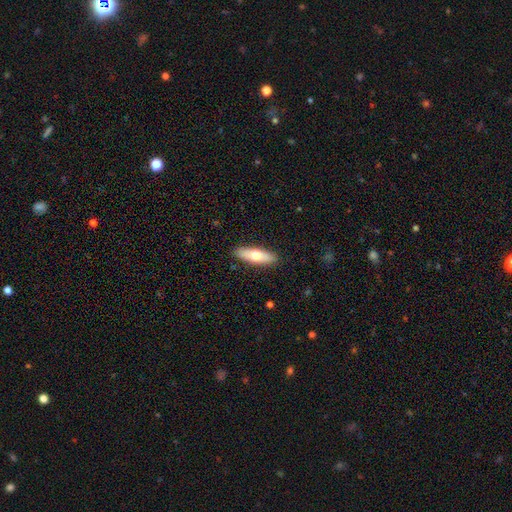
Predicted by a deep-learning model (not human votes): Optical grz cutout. It shows a smooth galaxy with no disk features (62%) that is cigar-shaped (51%). Merging: none (90%).